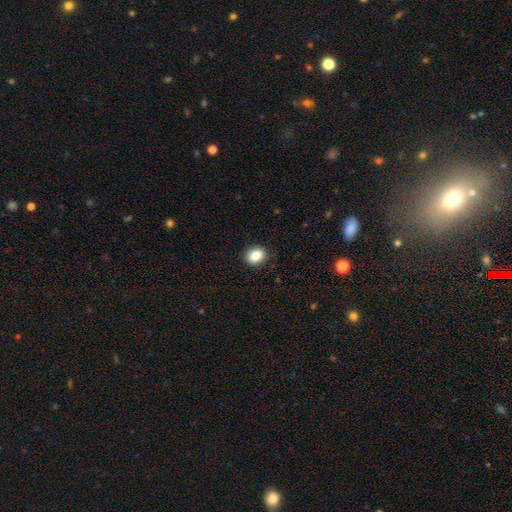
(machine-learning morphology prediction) This is clearly a smooth galaxy (86%). How rounded: possibly in between (59%). Merging: clearly none (88%).